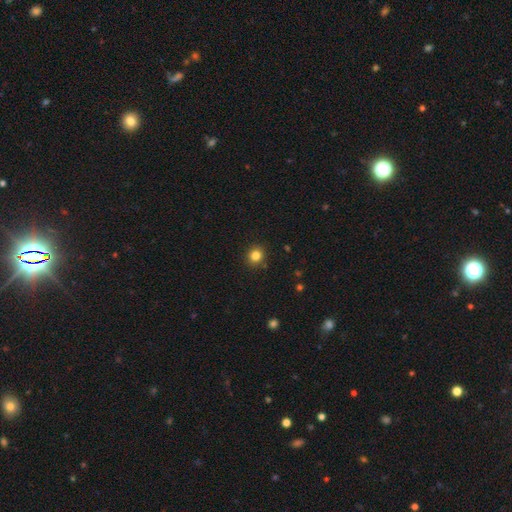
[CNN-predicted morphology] Smooth or featured?
  - smooth: 83% *
  - star or artifact: 12%
  - featured or disk: 5%
How rounded?
  - round: 89% *
  - in between: 10%
  - cigar-shaped: 1%
Merging?
  - none: 90% *
  - minor disturbance: 7%
  - major disturbance: 2%
  - merger: 2%